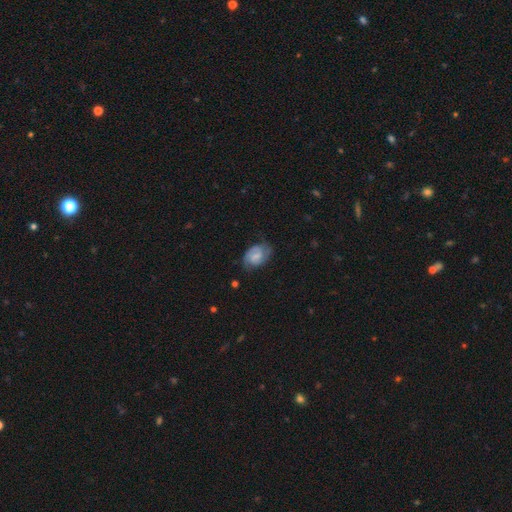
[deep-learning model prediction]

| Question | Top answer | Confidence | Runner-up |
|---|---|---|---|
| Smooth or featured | featured or disk | 59% | smooth (34%) |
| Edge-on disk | no | 97% | yes (3%) |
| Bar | weak | 48% | no (42%) |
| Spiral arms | yes | 88% | no (12%) |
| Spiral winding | medium | 43% | tight (42%) |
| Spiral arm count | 2 | 77% | can't tell (13%) |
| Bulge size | small | 40% | moderate (29%) |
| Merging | none | 65% | minor disturbance (25%) |